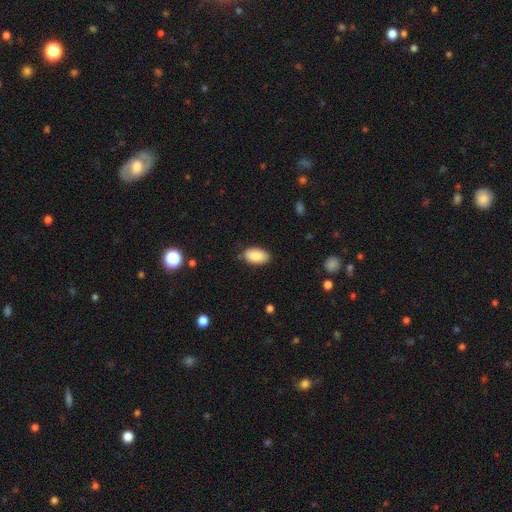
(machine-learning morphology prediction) Smooth or featured: smooth — 88% (star or artifact — 7%)
How rounded: in between — 95% (round — 3%)
Merging: none — 81% (minor disturbance — 15%)